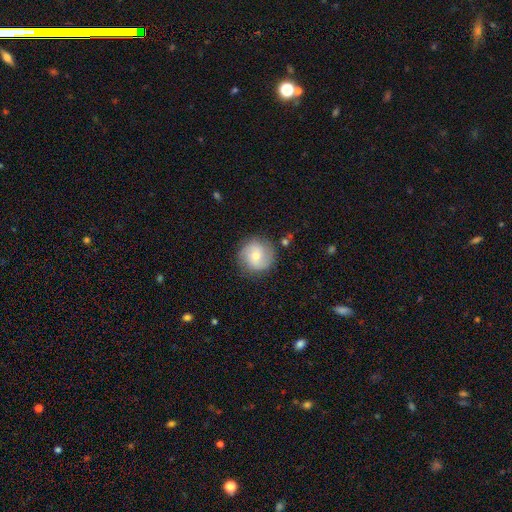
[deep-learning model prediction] The model was most divided on "bulge size": moderate: 50%, small: 45%, large: 3%, none: 1%, dominant: 1%. More confident: edge-on disk — no (97%); spiral arms — yes (84%); merging — none (83%); bar — no (56%); smooth or featured — featured or disk (51%).